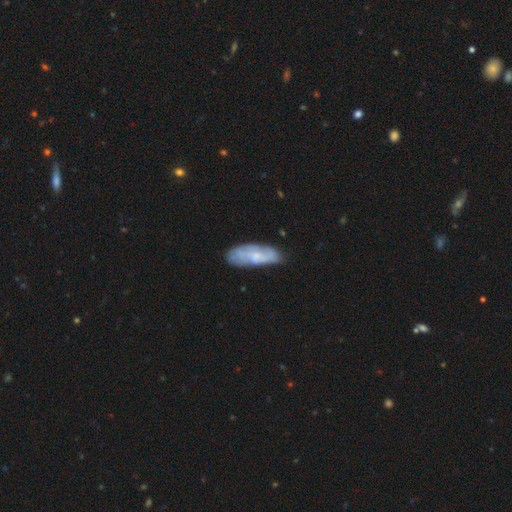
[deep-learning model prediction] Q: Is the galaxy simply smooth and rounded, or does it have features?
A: smooth — 50%.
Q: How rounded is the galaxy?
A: in between — 68%.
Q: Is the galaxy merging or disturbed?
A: none — 71%.